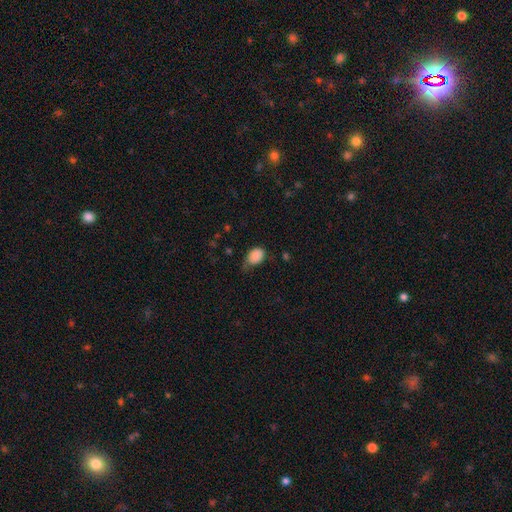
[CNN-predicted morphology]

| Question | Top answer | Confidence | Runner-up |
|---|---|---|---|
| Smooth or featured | smooth | 86% | star or artifact (8%) |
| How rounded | in between | 72% | round (27%) |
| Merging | none | 43% | minor disturbance (40%) |